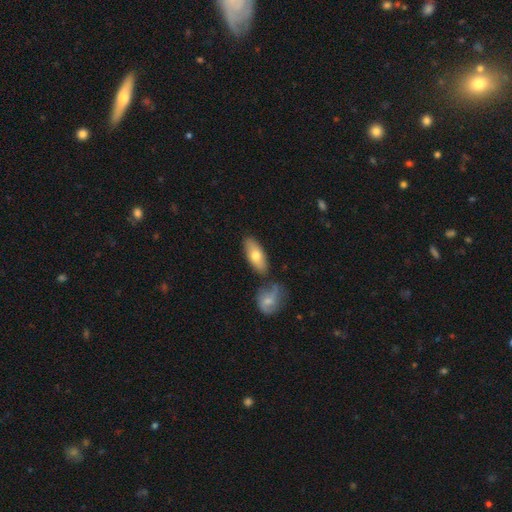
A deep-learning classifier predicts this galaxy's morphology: Overall: smooth (69%). How rounded: in between (83%). Merging: none (68%).